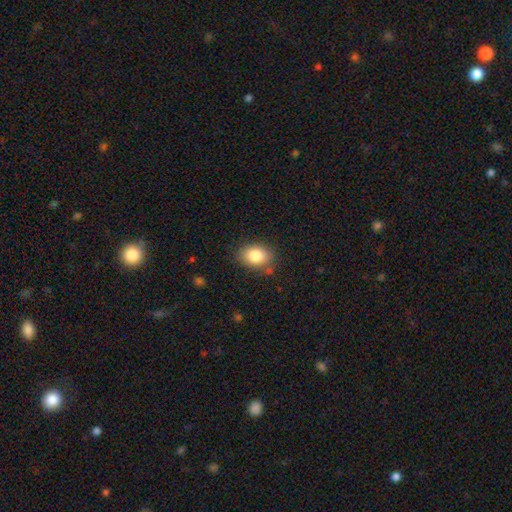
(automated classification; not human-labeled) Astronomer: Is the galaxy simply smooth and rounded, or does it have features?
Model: smooth — 83%.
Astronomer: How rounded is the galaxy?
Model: in between — 70%.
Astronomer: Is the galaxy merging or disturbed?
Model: none — 79%.